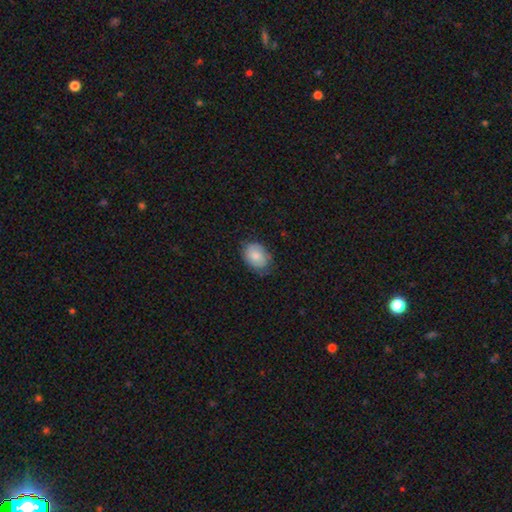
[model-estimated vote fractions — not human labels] Q: Smooth or featured?
A: smooth (74%); runner-up: featured or disk (19%)
Q: How rounded?
A: in between (71%); runner-up: round (28%)
Q: Merging?
A: none (68%); runner-up: minor disturbance (25%)